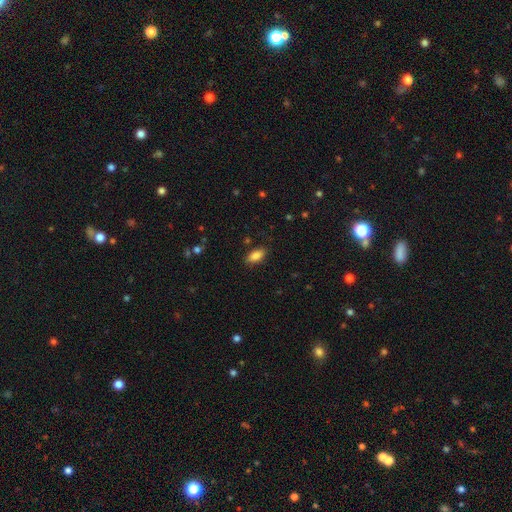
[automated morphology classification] Q: Smooth or featured?
A: smooth (86%); runner-up: star or artifact (8%)
Q: How rounded?
A: in between (91%); runner-up: cigar-shaped (6%)
Q: Merging?
A: none (85%); runner-up: minor disturbance (11%)